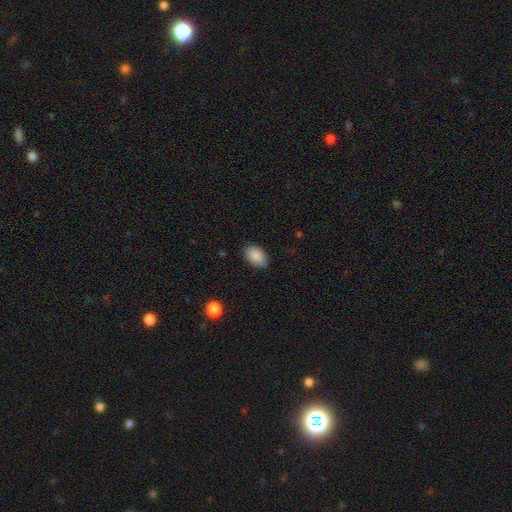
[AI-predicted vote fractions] Morphology: type=smooth (89%); roundness=in between (91%); merging=none (86%).